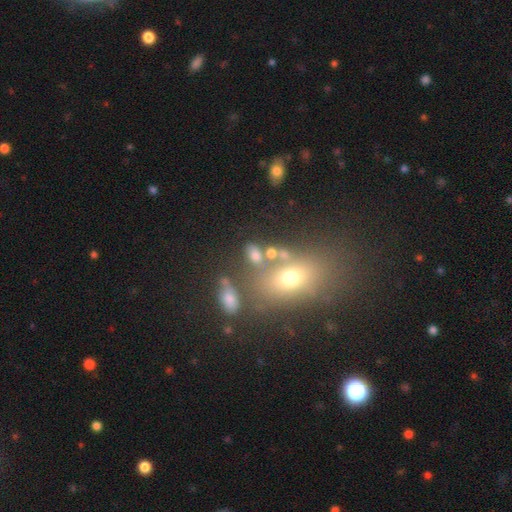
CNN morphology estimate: Smooth or featured? smooth (67%)
How rounded? in between (75%)
Merging? none (51%)